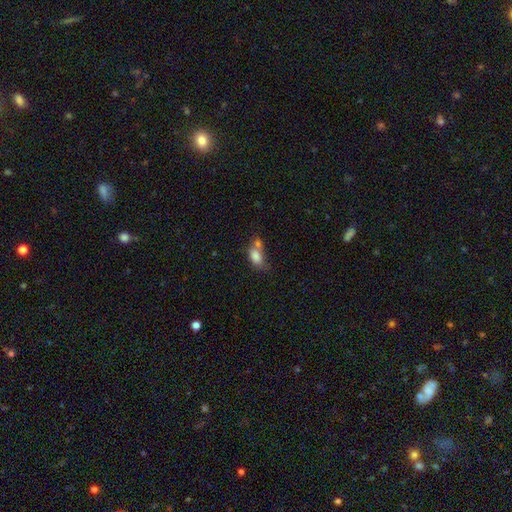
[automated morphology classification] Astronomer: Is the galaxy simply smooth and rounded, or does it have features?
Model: smooth — 79%.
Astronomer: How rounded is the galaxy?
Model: in between — 83%.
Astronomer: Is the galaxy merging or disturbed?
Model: merger — 50% (runner-up: none, 27%).